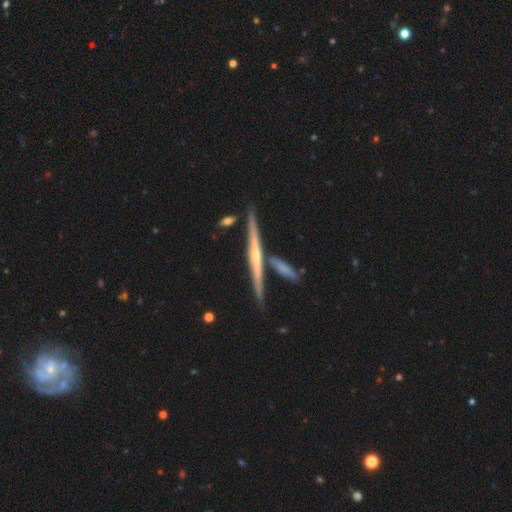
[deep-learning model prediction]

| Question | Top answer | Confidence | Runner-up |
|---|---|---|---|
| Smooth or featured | featured or disk | 81% | smooth (13%) |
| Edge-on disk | yes | 97% | no (3%) |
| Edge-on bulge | rounded | 62% | none (29%) |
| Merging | none | 76% | merger (11%) |